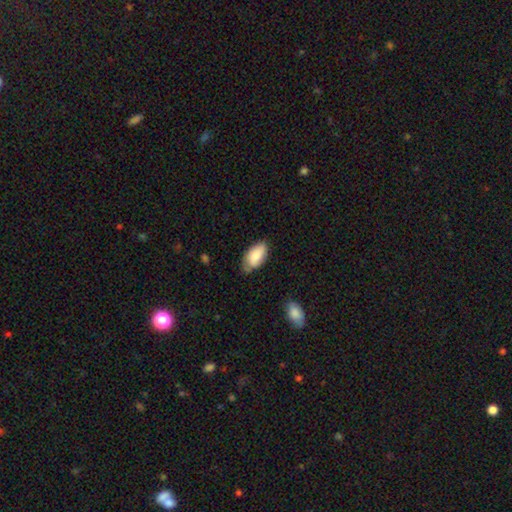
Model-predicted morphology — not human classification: smooth 79%, featured or disk 14%, star or artifact 6%. Down the decision tree: how rounded — in between (94%); merging — none (60%).